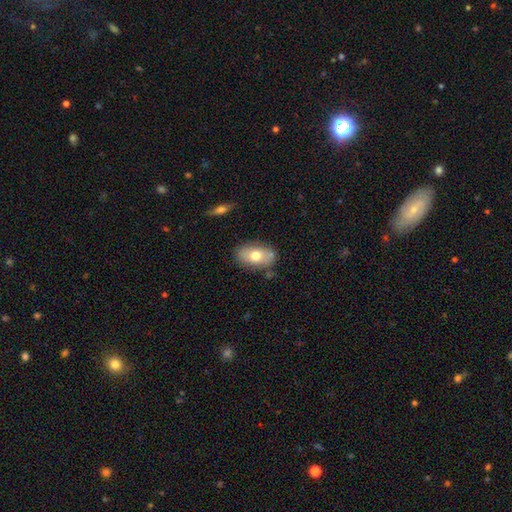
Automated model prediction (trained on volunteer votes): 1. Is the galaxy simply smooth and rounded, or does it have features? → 69% smooth, 24% featured or disk, 7% star or artifact.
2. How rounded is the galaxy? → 89% in between, 9% round, 2% cigar-shaped.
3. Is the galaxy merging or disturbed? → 76% none, 16% minor disturbance, 5% merger, 3% major disturbance.